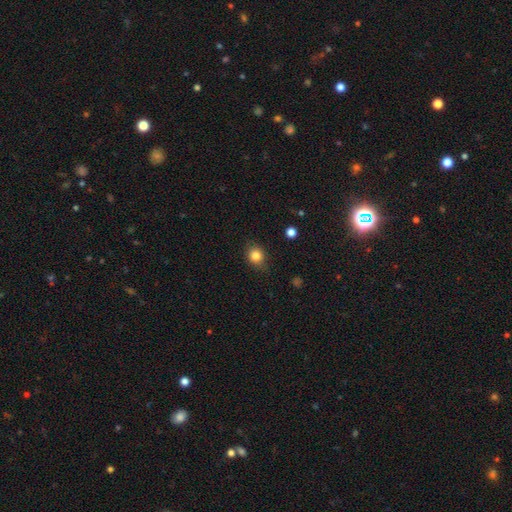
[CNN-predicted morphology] A smooth galaxy with no disk features (83%) that is round (72%).

Vote fractions:
- Smooth or featured? smooth: 83% / star or artifact: 11% / featured or disk: 6%
- How rounded? round: 72% / in between: 27% / cigar-shaped: 1%
- Merging? none: 83% / minor disturbance: 13% / major disturbance: 3% / merger: 1%